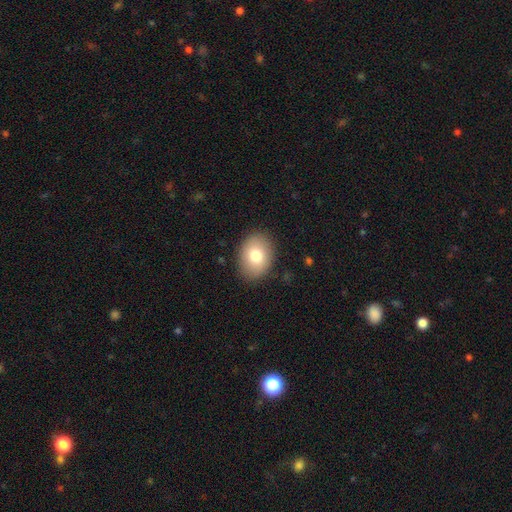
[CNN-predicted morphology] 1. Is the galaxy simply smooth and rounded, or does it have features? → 79% smooth, 13% featured or disk, 9% star or artifact.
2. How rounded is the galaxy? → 67% in between, 32% round, 1% cigar-shaped.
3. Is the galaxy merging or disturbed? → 88% none, 9% minor disturbance, 3% major disturbance, 1% merger.